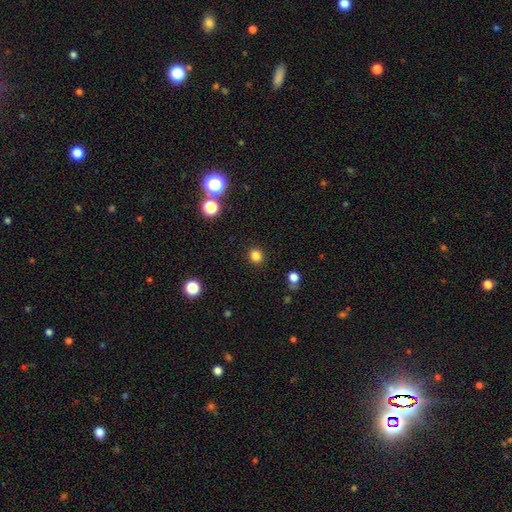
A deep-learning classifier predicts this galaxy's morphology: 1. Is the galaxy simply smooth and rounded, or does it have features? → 82% smooth, 14% star or artifact, 4% featured or disk.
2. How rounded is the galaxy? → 89% round, 10% in between, 1% cigar-shaped.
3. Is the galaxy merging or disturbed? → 91% none, 5% minor disturbance, 2% major disturbance, 1% merger.